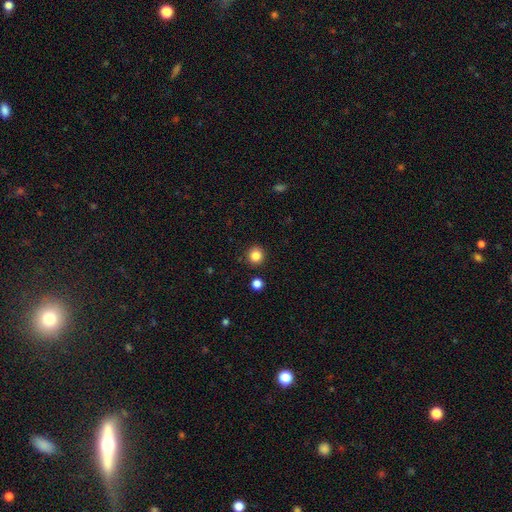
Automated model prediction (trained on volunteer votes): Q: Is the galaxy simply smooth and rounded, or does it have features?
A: smooth — 85%.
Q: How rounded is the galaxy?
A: round — 92%.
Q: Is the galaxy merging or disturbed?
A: none — 90%.